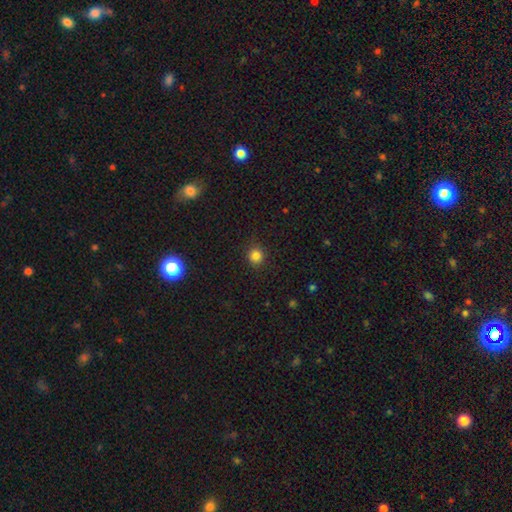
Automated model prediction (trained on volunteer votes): A smooth galaxy with no disk features (83%) that is round (90%). Merging: none (90%).